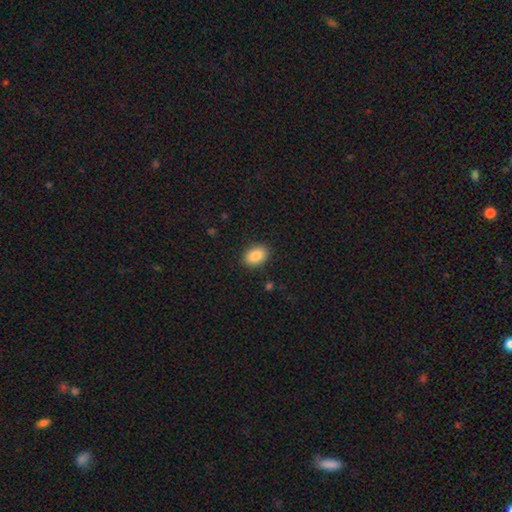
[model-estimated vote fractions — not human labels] A smooth galaxy with no disk features (87%) that is in between round and cigar-shaped (79%). Merging: none (89%).